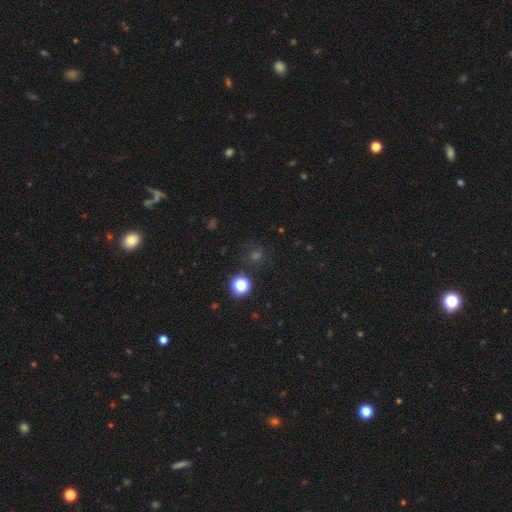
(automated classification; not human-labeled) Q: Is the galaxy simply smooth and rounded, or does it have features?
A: star or artifact — 47%.